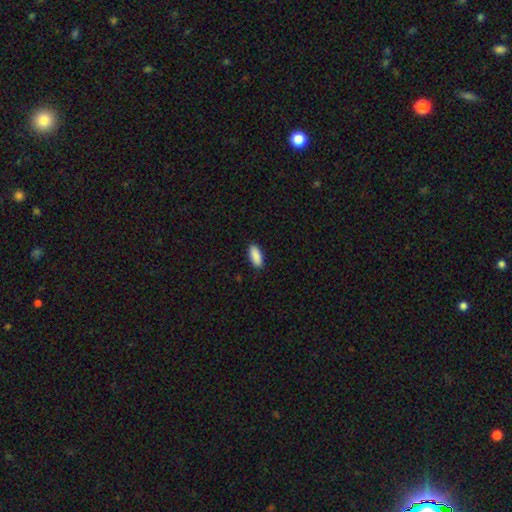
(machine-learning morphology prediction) This appears to be a smooth galaxy with no disk features (91%) that is in between round and cigar-shaped (84%). Merging: none (90%).